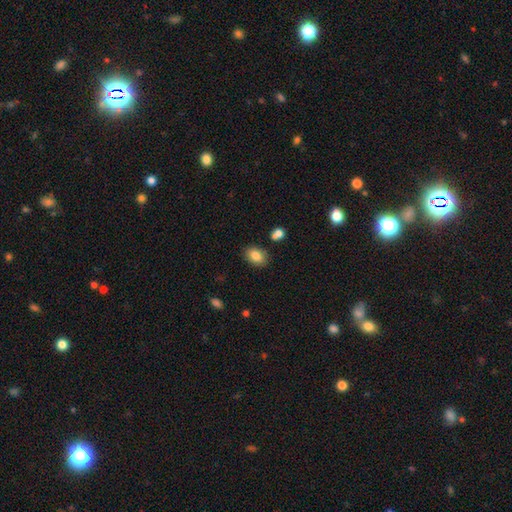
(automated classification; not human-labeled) Smooth or featured? Predicted: smooth (p=0.84). How rounded? Predicted: in between (p=0.82). Merging? Predicted: none (p=0.83).